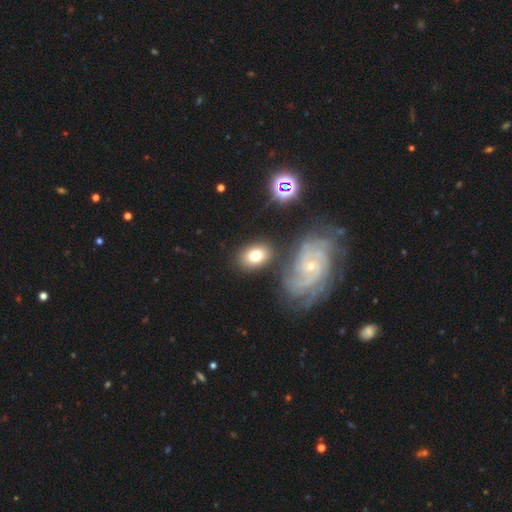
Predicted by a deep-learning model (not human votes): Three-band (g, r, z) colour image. It shows a smooth galaxy with no disk features (68%) that is in between round and cigar-shaped (73%). Merging: none (75%).